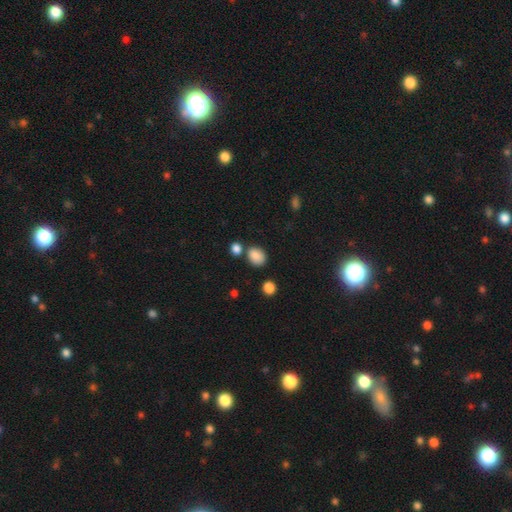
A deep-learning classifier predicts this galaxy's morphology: smooth 86%, star or artifact 10%, featured or disk 4%. Down the decision tree: how rounded — in between (57%); merging — none (67%).